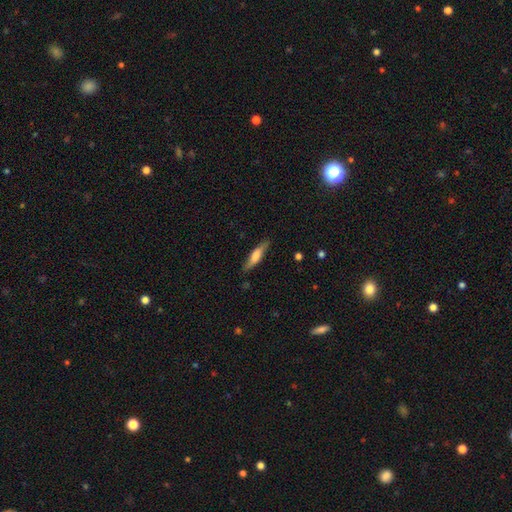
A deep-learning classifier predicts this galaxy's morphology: smooth-or-featured: smooth: 55% | featured or disk: 40% | star or artifact: 6%
  how-rounded: cigar-shaped: 79% | in between: 19% | round: 2%
  merging: none: 83% | minor disturbance: 13% | major disturbance: 3% | merger: 1%